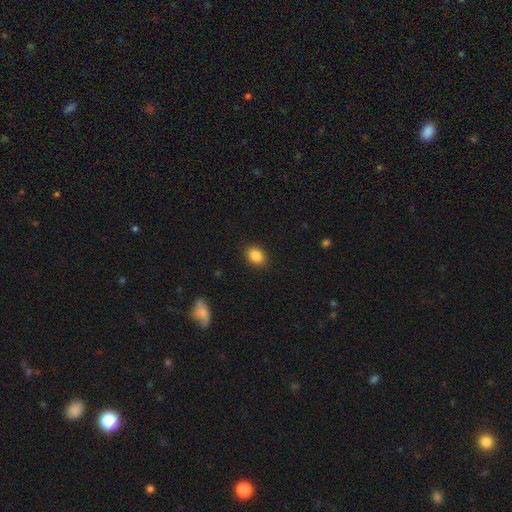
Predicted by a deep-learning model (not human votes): The model was most divided on "how rounded": in between: 69%, round: 29%, cigar-shaped: 1%. More confident: merging — none (88%); smooth or featured — smooth (87%).